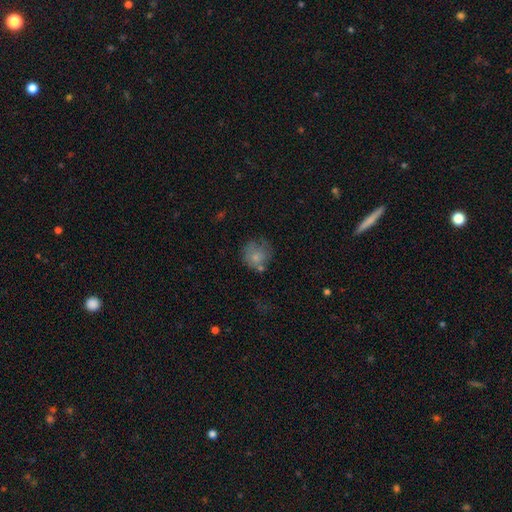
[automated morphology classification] A smooth galaxy with no disk features (72%) that is round (86%).

Vote fractions:
- Smooth or featured? smooth: 72% / featured or disk: 20% / star or artifact: 9%
- How rounded? round: 86% / in between: 13% / cigar-shaped: 1%
- Merging? none: 53% / minor disturbance: 24% / major disturbance: 12% / merger: 10%